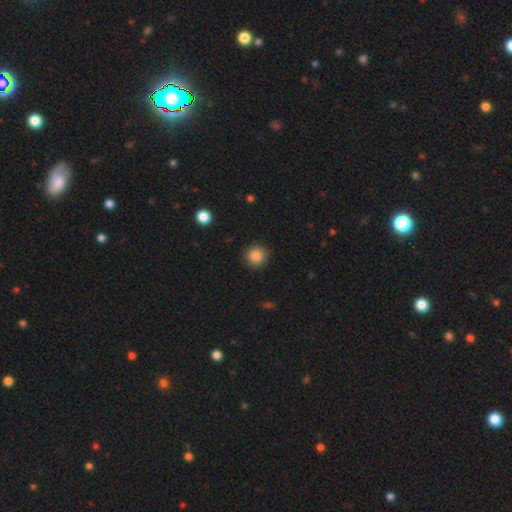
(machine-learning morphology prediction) A smooth galaxy with no disk features (86%) that is round (93%).

Vote fractions:
- Smooth or featured? smooth: 86% / star or artifact: 10% / featured or disk: 4%
- How rounded? round: 93% / in between: 6% / cigar-shaped: 1%
- Merging? none: 89% / minor disturbance: 7% / major disturbance: 2% / merger: 1%